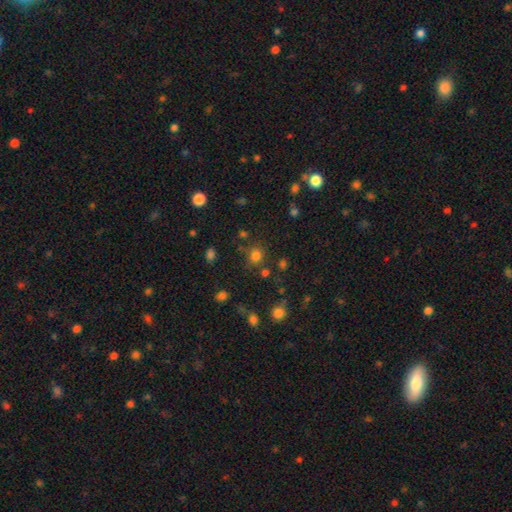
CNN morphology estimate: A smooth galaxy with no disk features (75%) that is round (72%).

Vote fractions:
- Smooth or featured? smooth: 75% / star or artifact: 19% / featured or disk: 6%
- How rounded? round: 72% / in between: 27% / cigar-shaped: 1%
- Merging? none: 74% / minor disturbance: 13% / merger: 8% / major disturbance: 5%